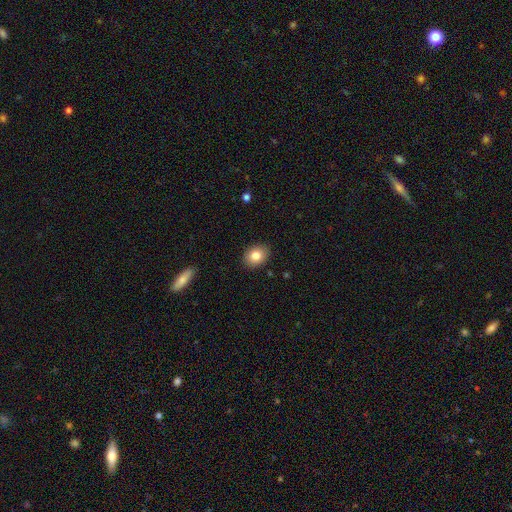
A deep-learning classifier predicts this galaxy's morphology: This appears to be a smooth galaxy with no disk features (83%) that is in between round and cigar-shaped (62%). Merging: none (89%).